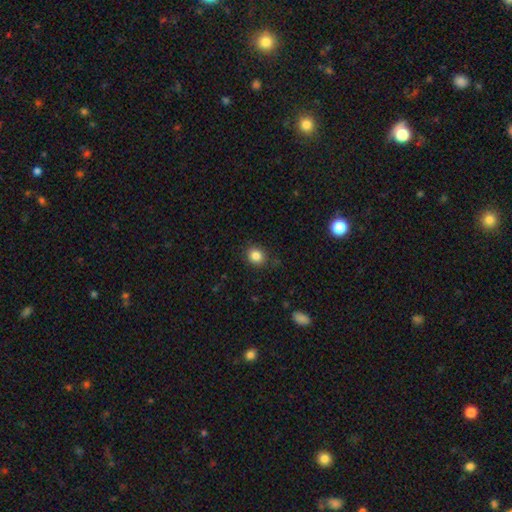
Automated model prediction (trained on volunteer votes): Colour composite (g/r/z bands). It shows a smooth galaxy with no disk features (84%) that is round (70%). Merging: none (86%).